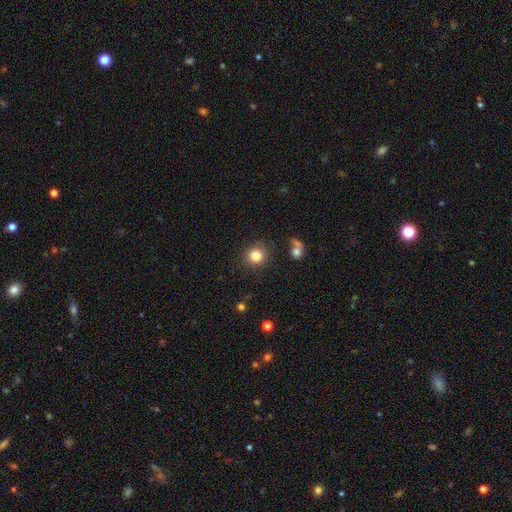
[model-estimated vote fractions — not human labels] A smooth galaxy with no disk features (82%) that is round (89%).

Vote fractions:
- Smooth or featured? smooth: 82% / star or artifact: 12% / featured or disk: 6%
- How rounded? round: 89% / in between: 10% / cigar-shaped: 1%
- Merging? none: 86% / minor disturbance: 8% / major disturbance: 3% / merger: 3%